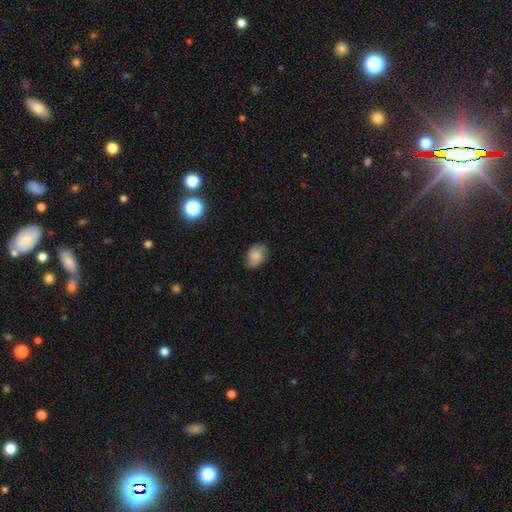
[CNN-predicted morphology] Smooth or featured? Predicted: smooth (p=0.67). How rounded? Predicted: in between (p=0.77). Merging? Predicted: none (p=0.70).